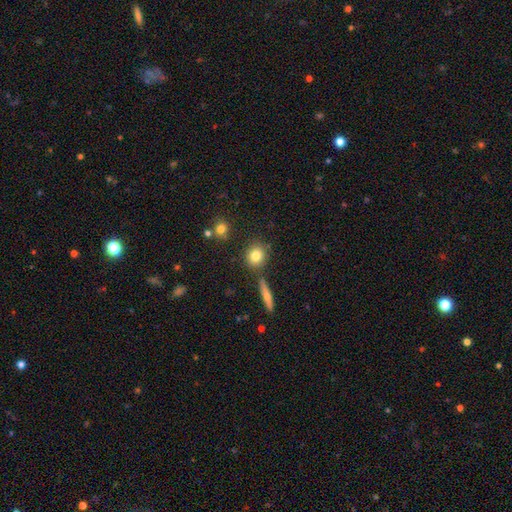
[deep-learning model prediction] Q: Smooth or featured?
A: smooth (80%); runner-up: star or artifact (10%)
Q: How rounded?
A: round (78%); runner-up: in between (20%)
Q: Merging?
A: none (80%); runner-up: minor disturbance (9%)